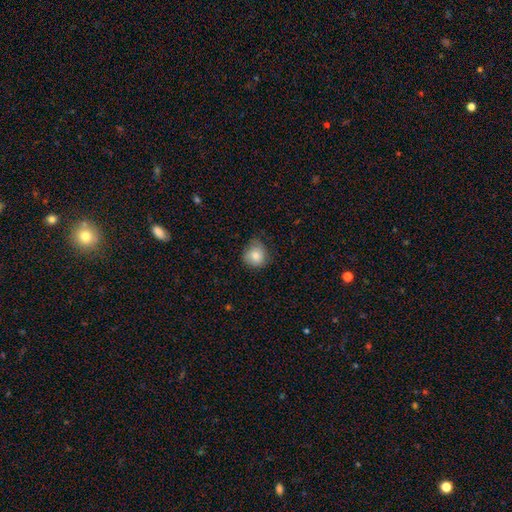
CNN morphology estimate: smooth_or_featured: smooth (p=0.81) [alt: featured or disk p=0.10]
how_rounded: round (p=0.82) [alt: in between p=0.17]
merging: none (p=0.61) [alt: minor disturbance p=0.31]